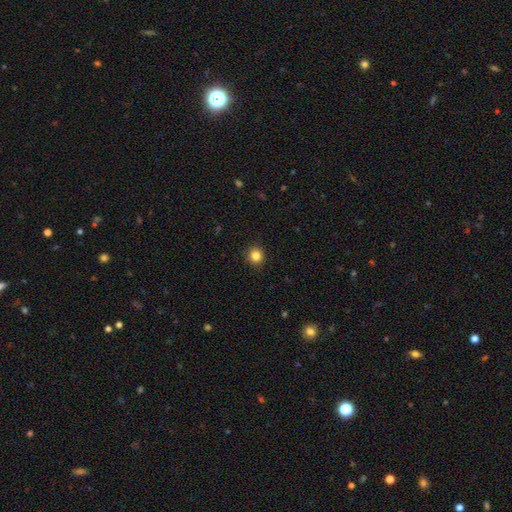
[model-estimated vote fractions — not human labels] A smooth galaxy with no disk features (84%) that is round (91%).

Vote fractions:
- Smooth or featured? smooth: 84% / star or artifact: 12% / featured or disk: 4%
- How rounded? round: 91% / in between: 8% / cigar-shaped: 1%
- Merging? none: 91% / minor disturbance: 6% / major disturbance: 2% / merger: 1%